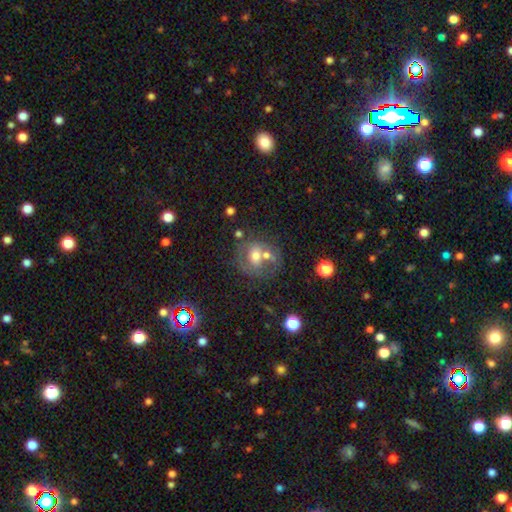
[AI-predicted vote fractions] A smooth galaxy with no disk features (45%).

Vote fractions:
- Smooth or featured? smooth: 45% / featured or disk: 43% / star or artifact: 12%
- Merging? none: 41% / merger: 34% / minor disturbance: 15% / major disturbance: 10%